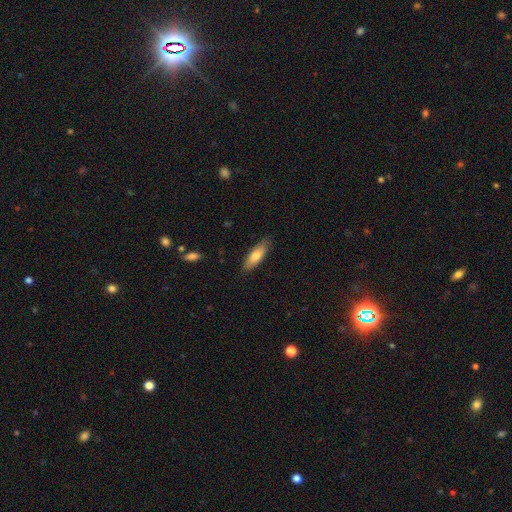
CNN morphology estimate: Smooth or featured?
  - smooth: 76% *
  - featured or disk: 18%
  - star or artifact: 6%
How rounded?
  - in between: 56% *
  - cigar-shaped: 42%
  - round: 2%
Merging?
  - none: 83% *
  - minor disturbance: 14%
  - major disturbance: 2%
  - merger: 1%